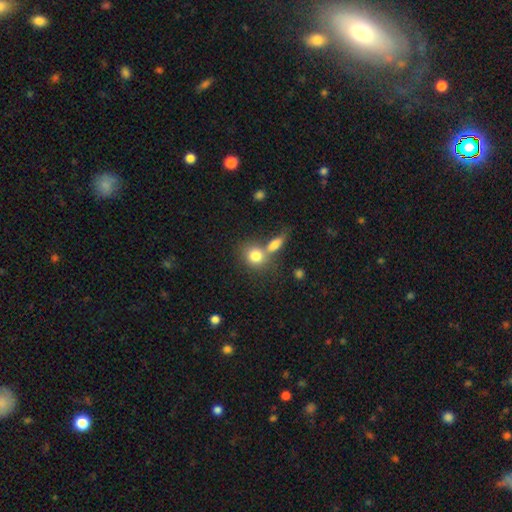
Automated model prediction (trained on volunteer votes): Smooth or featured? smooth (80%)
How rounded? round (66%)
Merging? merger (46%)